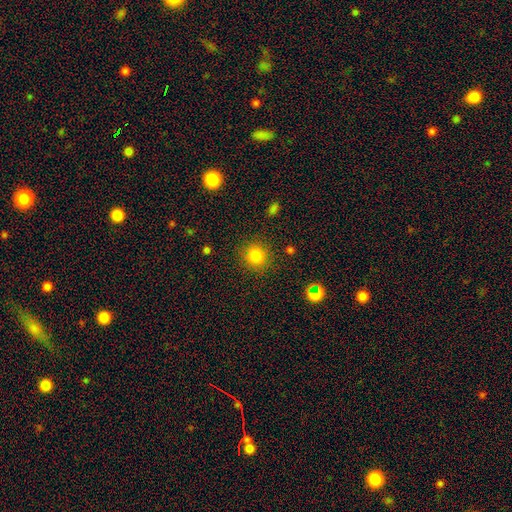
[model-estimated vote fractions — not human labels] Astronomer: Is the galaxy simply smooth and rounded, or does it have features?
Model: smooth — 82%.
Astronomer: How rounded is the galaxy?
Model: round — 92%.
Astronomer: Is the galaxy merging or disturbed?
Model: none — 88%.